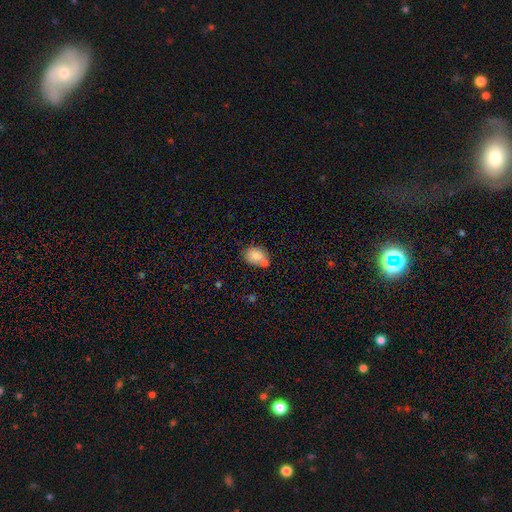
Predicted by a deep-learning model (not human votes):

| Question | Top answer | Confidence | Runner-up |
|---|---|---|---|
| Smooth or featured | smooth | 81% | featured or disk (10%) |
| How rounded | in between | 64% | round (34%) |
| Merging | none | 56% | merger (24%) |